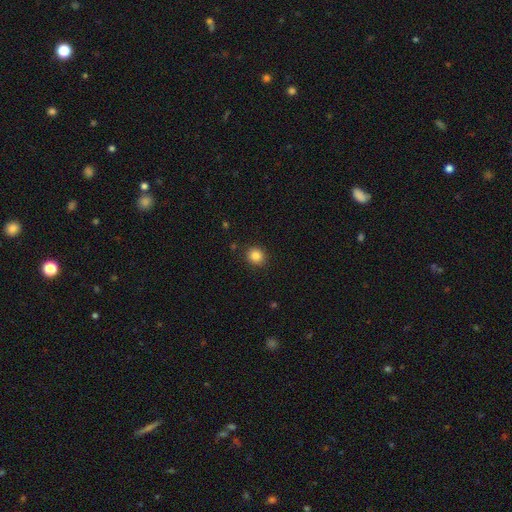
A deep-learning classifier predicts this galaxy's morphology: Smooth or featured?
  - smooth: 85% *
  - star or artifact: 10%
  - featured or disk: 4%
How rounded?
  - round: 85% *
  - in between: 15%
  - cigar-shaped: 1%
Merging?
  - none: 90% *
  - minor disturbance: 7%
  - major disturbance: 2%
  - merger: 1%